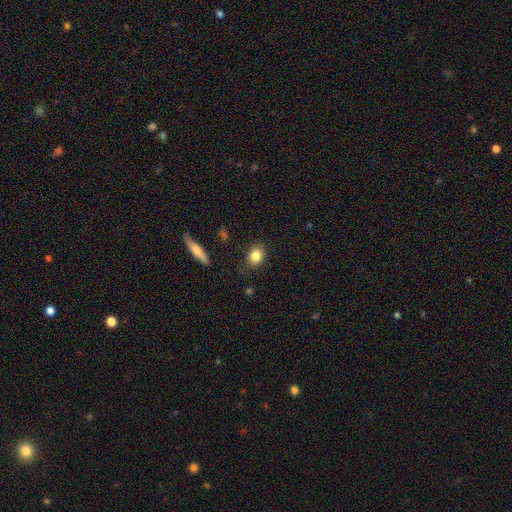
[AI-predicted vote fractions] Overall: smooth (84%). How rounded: in between (50%; round 48%). Merging: none (84%).